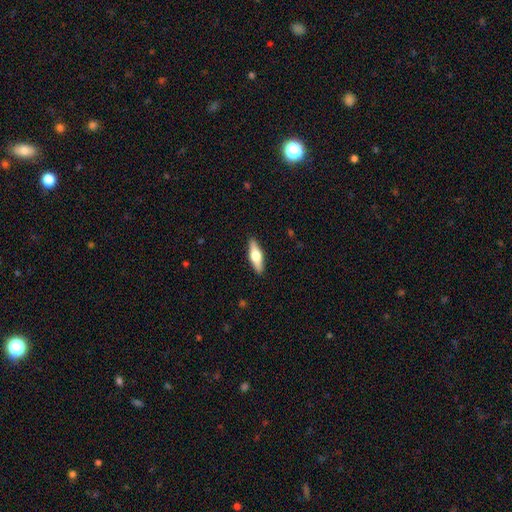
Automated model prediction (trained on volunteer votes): The model was most divided on "smooth or featured": featured or disk: 48%, smooth: 47%, star or artifact: 6%. More confident: merging — none (90%).